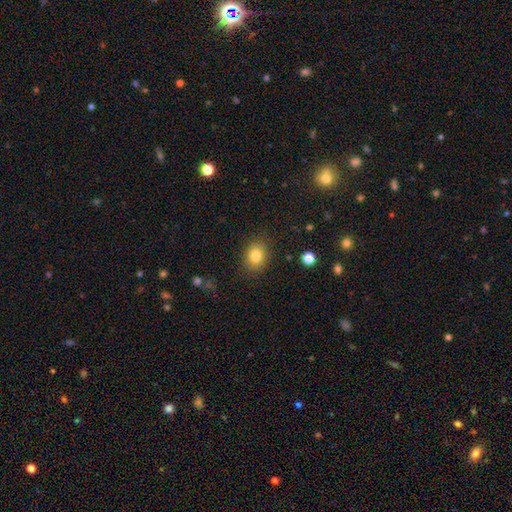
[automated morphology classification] Smooth or featured: smooth — 81% (star or artifact — 10%)
How rounded: in between — 52% (round — 47%)
Merging: none — 86% (minor disturbance — 10%)